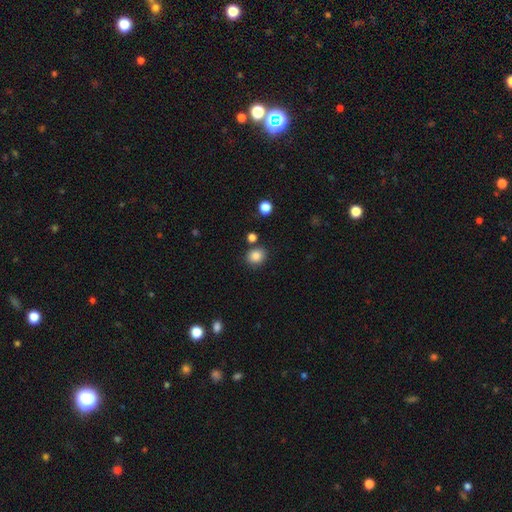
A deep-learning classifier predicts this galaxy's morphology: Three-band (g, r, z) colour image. It shows a smooth galaxy with no disk features (86%) that is round (64%). Merging: none (79%).